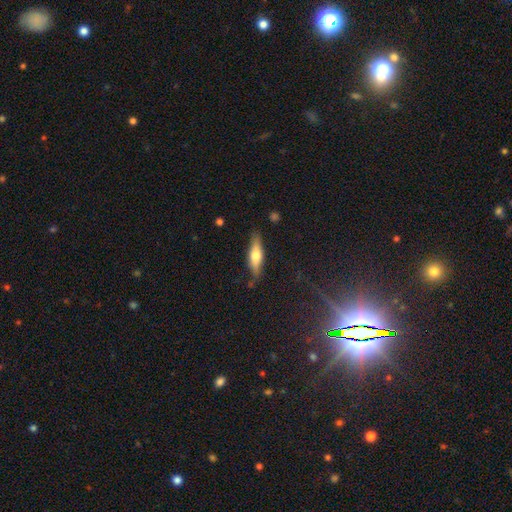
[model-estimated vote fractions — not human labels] smooth-or-featured: smooth: 52% | featured or disk: 41% | star or artifact: 6%
  how-rounded: cigar-shaped: 62% | in between: 36% | round: 2%
  merging: none: 81% | minor disturbance: 14% | major disturbance: 3% | merger: 2%